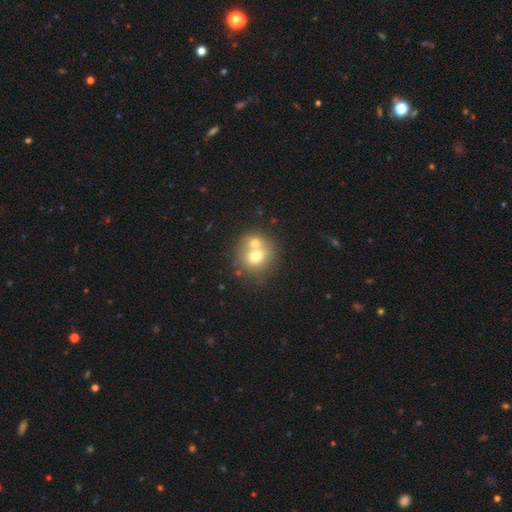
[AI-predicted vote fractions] The model was most divided on "merging": merger: 50%, none: 40%, minor disturbance: 7%, major disturbance: 3%. More confident: how rounded — round (82%); smooth or featured — smooth (67%).